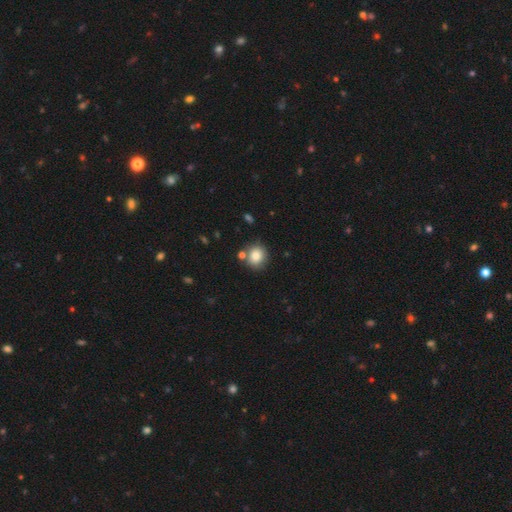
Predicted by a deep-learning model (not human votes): This is clearly a smooth galaxy (82%). How rounded: clearly round (82%). Merging: likely none (76%).